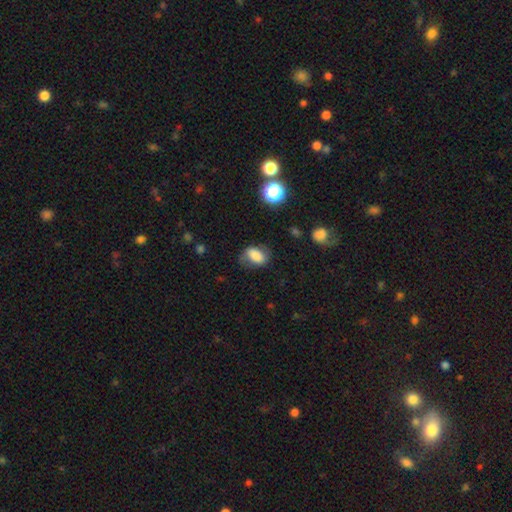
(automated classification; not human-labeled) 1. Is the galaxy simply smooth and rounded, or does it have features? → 71% smooth, 19% featured or disk, 10% star or artifact.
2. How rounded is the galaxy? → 82% in between, 16% round, 2% cigar-shaped.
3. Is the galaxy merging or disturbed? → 60% none, 25% minor disturbance, 13% major disturbance, 2% merger.